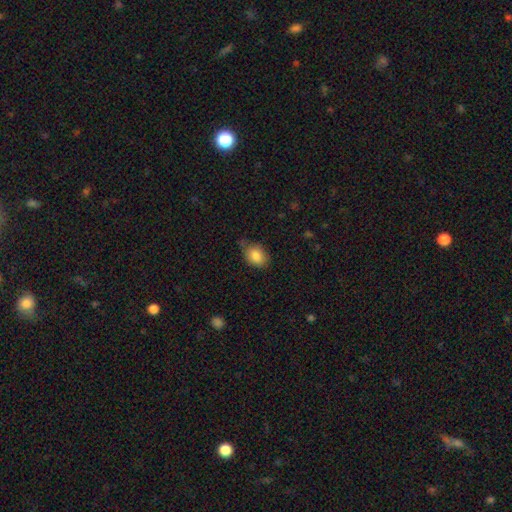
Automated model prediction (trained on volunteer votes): Smooth or featured: smooth — 85% (star or artifact — 8%)
How rounded: in between — 72% (round — 27%)
Merging: none — 65% (minor disturbance — 27%)